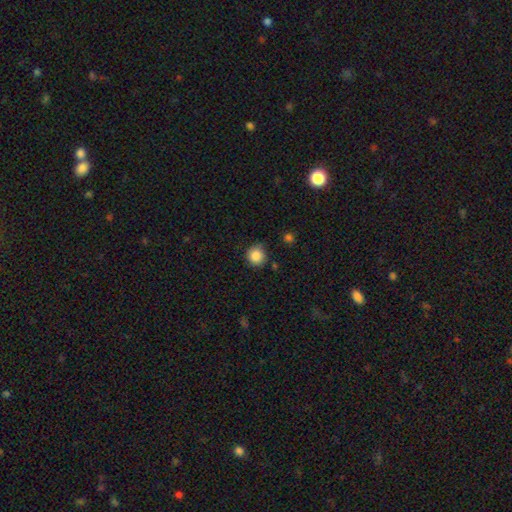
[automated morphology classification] smooth-or-featured: smooth: 86% | star or artifact: 10% | featured or disk: 4%
  how-rounded: round: 92% | in between: 7% | cigar-shaped: 1%
  merging: none: 81% | minor disturbance: 13% | major disturbance: 3% | merger: 3%